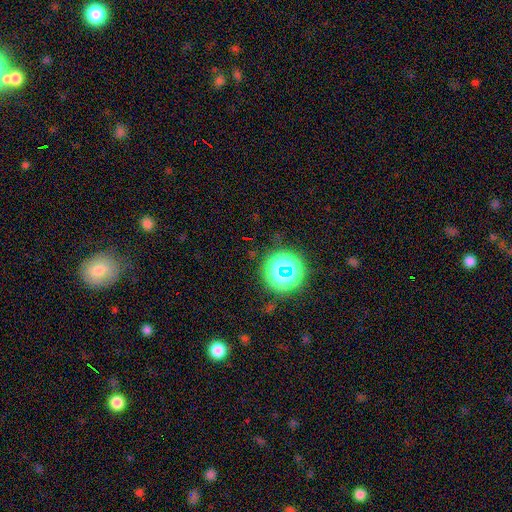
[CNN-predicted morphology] Overall: star or artifact (70%).